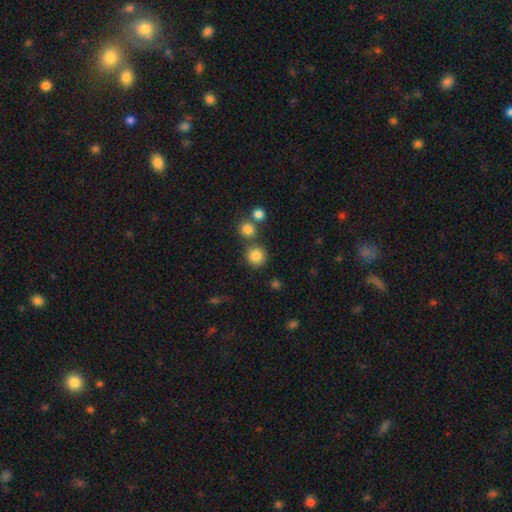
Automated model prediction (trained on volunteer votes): Overall: smooth (83%). How rounded: round (91%). Merging: none (76%).